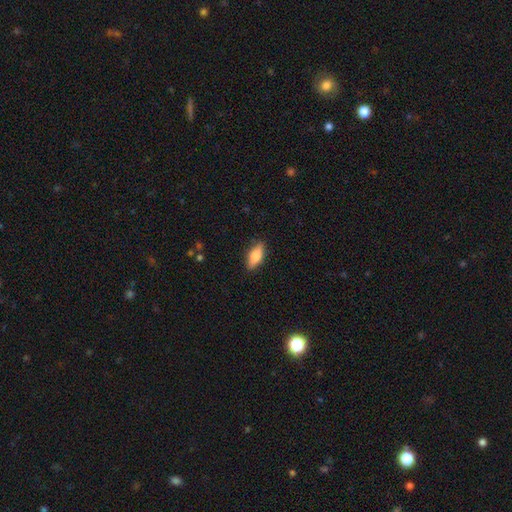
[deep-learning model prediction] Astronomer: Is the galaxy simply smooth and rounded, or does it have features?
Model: smooth — 66%.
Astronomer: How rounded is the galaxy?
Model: in between — 70%.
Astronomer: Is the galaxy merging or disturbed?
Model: none — 87%.